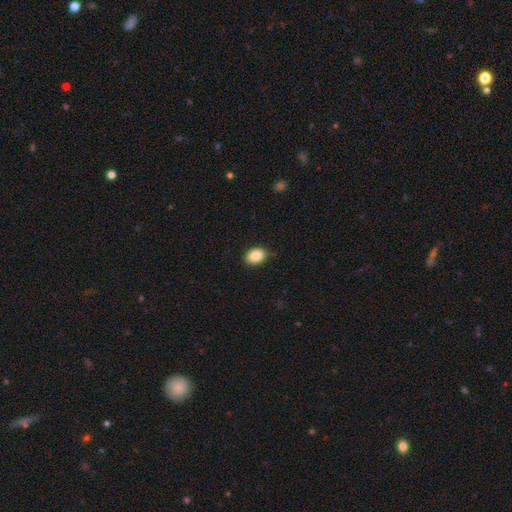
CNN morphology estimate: A smooth galaxy with no disk features (87%) that is in between round and cigar-shaped (68%). Merging: none (84%).